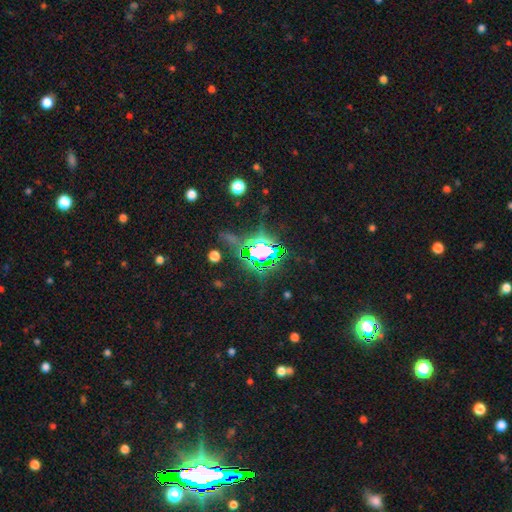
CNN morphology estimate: The model was most divided on "smooth or featured": star or artifact: 72%, smooth: 16%, featured or disk: 11%.